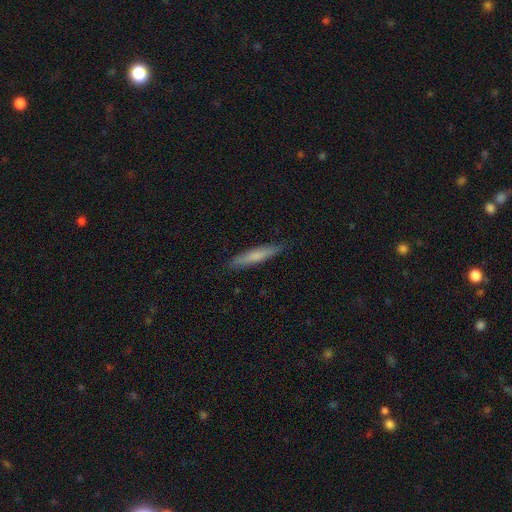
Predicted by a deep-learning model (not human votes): smooth 69%, featured or disk 25%, star or artifact 6%. Down the decision tree: how rounded — cigar-shaped (91%); merging — none (88%).